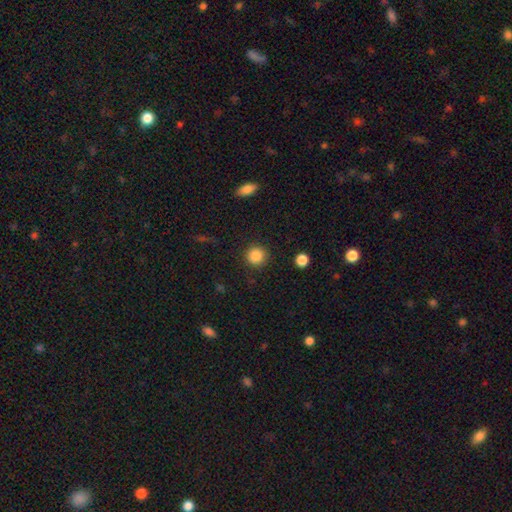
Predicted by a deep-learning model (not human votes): Smooth or featured? Predicted: smooth (p=0.86). How rounded? Predicted: round (p=0.94). Merging? Predicted: none (p=0.90).